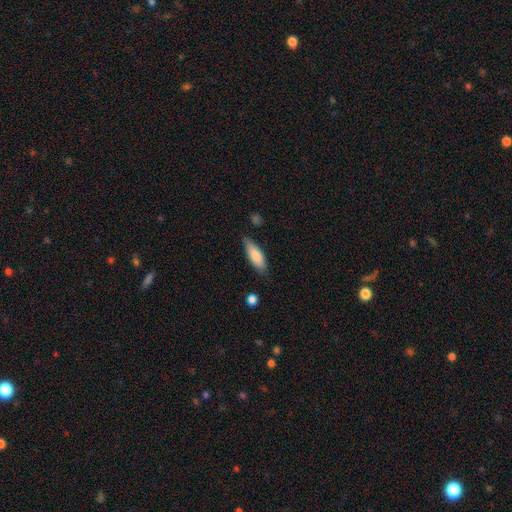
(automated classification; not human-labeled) Smooth or featured? smooth (78%)
How rounded? in between (58%)
Merging? none (75%)